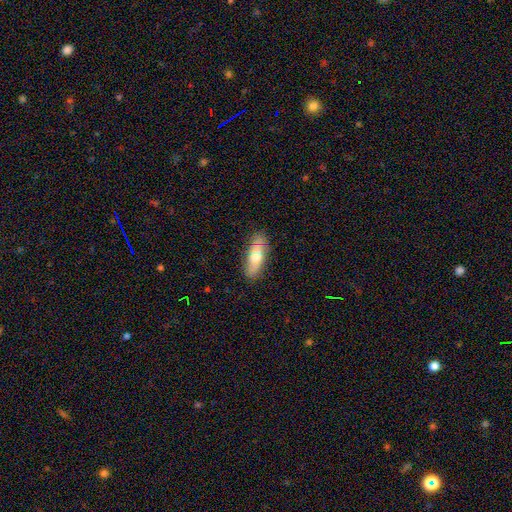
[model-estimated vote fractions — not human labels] smooth 66%, featured or disk 28%, star or artifact 6%. Down the decision tree: how rounded — in between (61%); merging — none (81%).